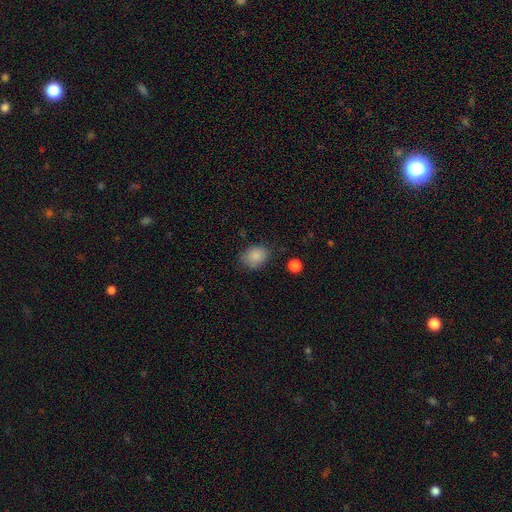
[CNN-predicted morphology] Overall: smooth (86%). How rounded: in between (59%; round 40%). Merging: none (75%).